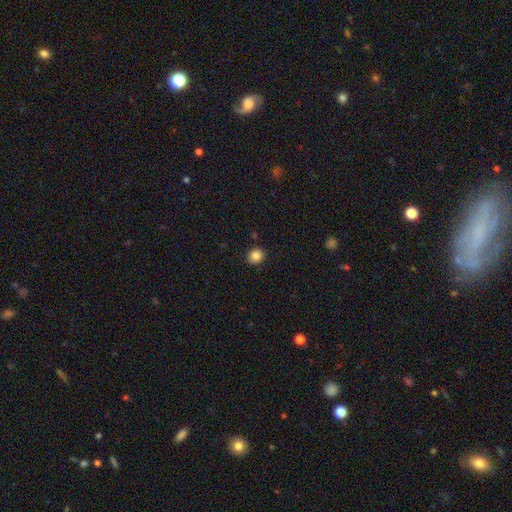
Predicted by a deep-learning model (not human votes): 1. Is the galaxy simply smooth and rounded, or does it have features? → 84% smooth, 10% star or artifact, 5% featured or disk.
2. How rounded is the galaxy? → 80% round, 19% in between, 1% cigar-shaped.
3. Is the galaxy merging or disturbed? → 89% none, 8% minor disturbance, 2% major disturbance, 1% merger.